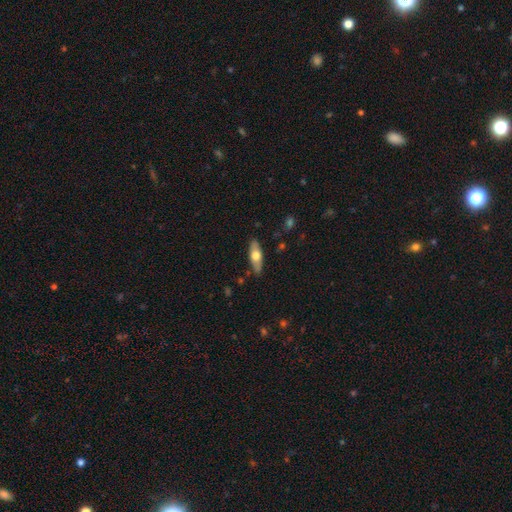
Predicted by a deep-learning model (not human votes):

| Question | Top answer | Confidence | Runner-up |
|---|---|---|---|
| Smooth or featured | smooth | 55% | featured or disk (40%) |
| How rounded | in between | 58% | cigar-shaped (39%) |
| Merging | none | 86% | minor disturbance (10%) |